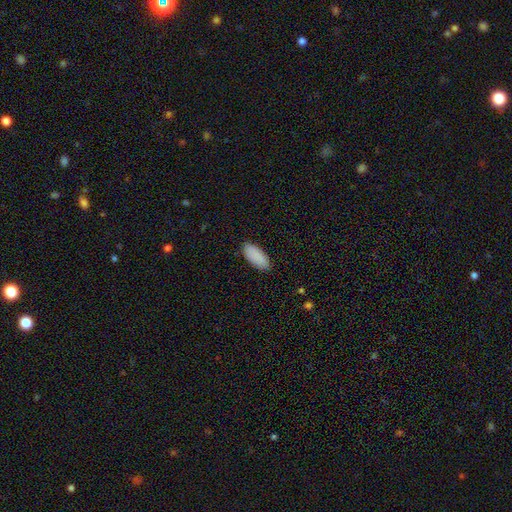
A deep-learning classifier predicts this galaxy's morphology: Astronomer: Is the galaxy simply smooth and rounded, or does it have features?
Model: smooth — 90%.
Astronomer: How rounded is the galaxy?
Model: in between — 88%.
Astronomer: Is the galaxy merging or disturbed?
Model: none — 87%.